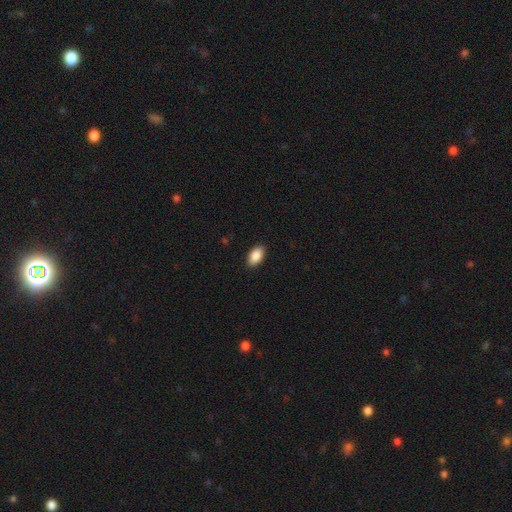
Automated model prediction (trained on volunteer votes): smooth 90%, star or artifact 7%, featured or disk 3%. Down the decision tree: how rounded — in between (94%); merging — none (89%).